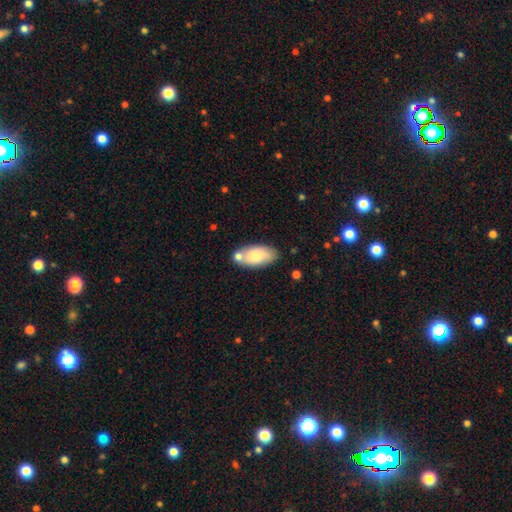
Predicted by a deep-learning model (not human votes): Smooth or featured?
  - smooth: 74% *
  - featured or disk: 20%
  - star or artifact: 6%
How rounded?
  - in between: 92% *
  - cigar-shaped: 5%
  - round: 3%
Merging?
  - none: 59% *
  - merger: 19%
  - minor disturbance: 17%
  - major disturbance: 4%